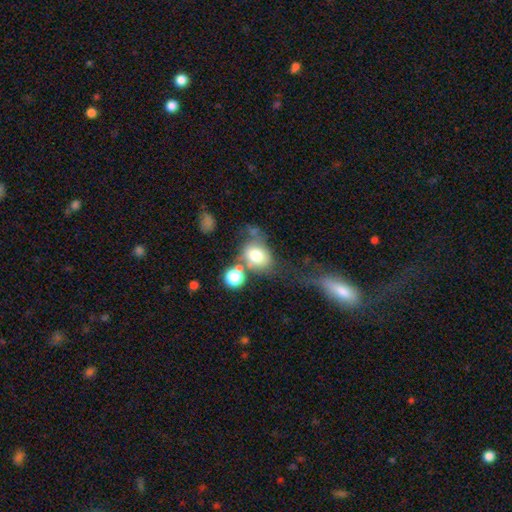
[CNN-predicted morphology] A smooth galaxy with no disk features (69%) that is round (53%). Merging: none (34%).